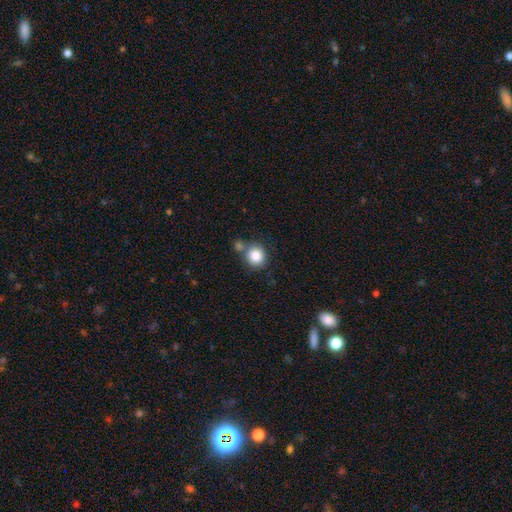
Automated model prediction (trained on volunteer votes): This is clearly a smooth galaxy (85%). How rounded: clearly round (86%). Merging: likely none (63%).